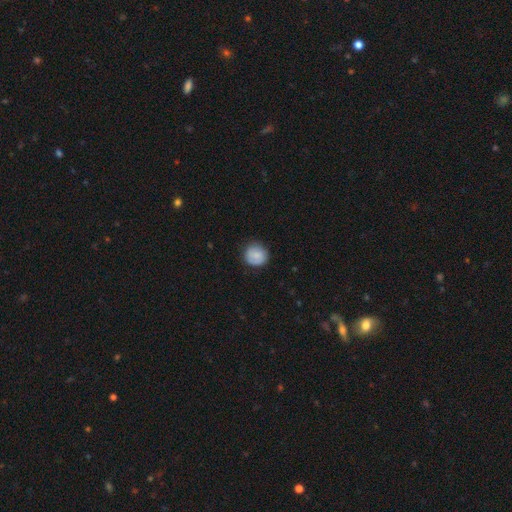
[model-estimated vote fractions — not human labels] Smooth or featured? Predicted: smooth (p=0.82). How rounded? Predicted: round (p=0.92). Merging? Predicted: none (p=0.83).